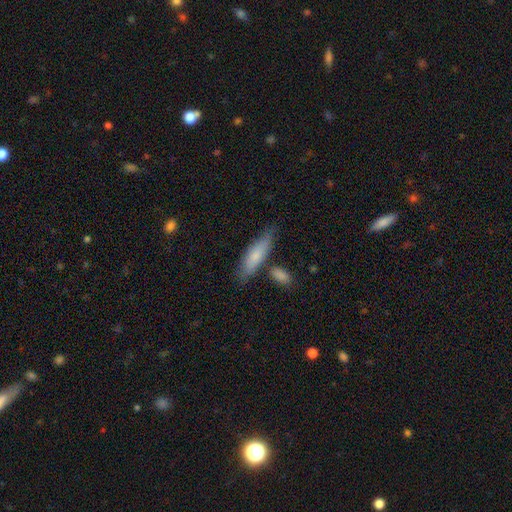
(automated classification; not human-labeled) Smooth or featured?
  - smooth: 74% *
  - featured or disk: 21%
  - star or artifact: 6%
How rounded?
  - cigar-shaped: 58% *
  - in between: 39%
  - round: 2%
Merging?
  - none: 68% *
  - minor disturbance: 17%
  - merger: 11%
  - major disturbance: 4%